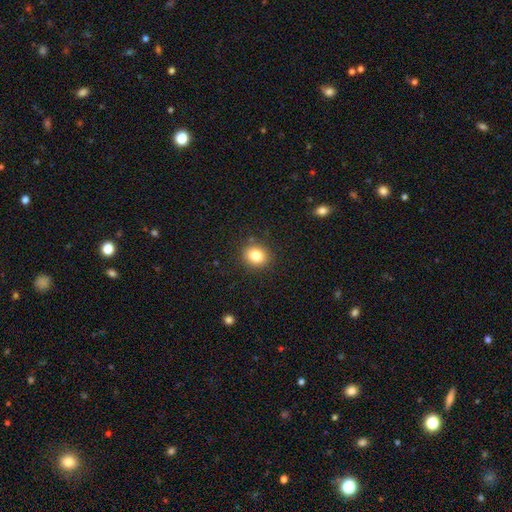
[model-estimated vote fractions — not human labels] A smooth galaxy with no disk features (82%) that is round (74%).

Vote fractions:
- Smooth or featured? smooth: 82% / star or artifact: 11% / featured or disk: 7%
- How rounded? round: 74% / in between: 25% / cigar-shaped: 1%
- Merging? none: 89% / minor disturbance: 8% / major disturbance: 2% / merger: 1%